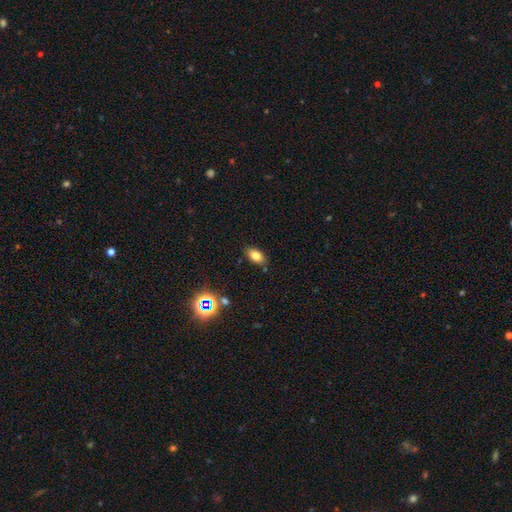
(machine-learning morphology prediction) Smooth or featured? smooth (78%)
How rounded? in between (89%)
Merging? none (83%)